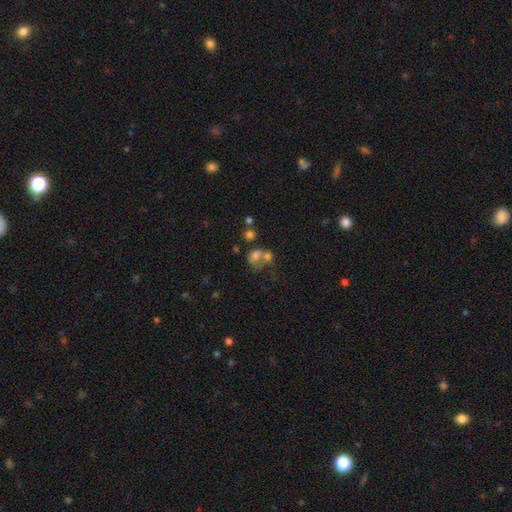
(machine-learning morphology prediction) Smooth or featured? smooth (64%)
How rounded? round (52%)
Merging? merger (58%)